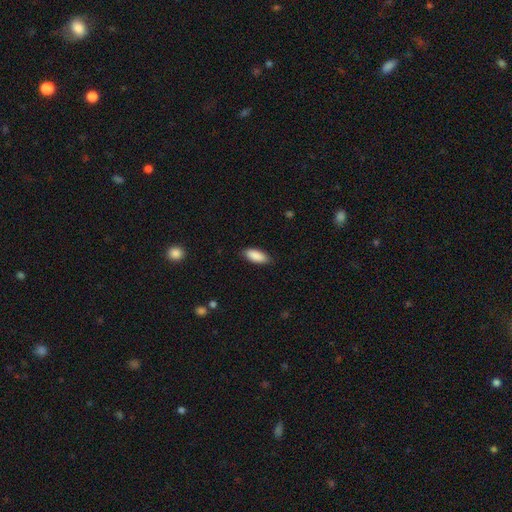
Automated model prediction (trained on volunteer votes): This is clearly a smooth galaxy (90%). How rounded: clearly in between (82%). Merging: clearly none (87%).